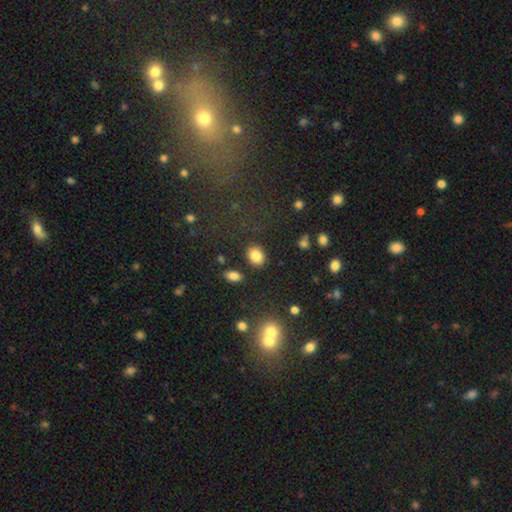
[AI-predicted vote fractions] Smooth or featured? Predicted: smooth (p=0.85). How rounded? Predicted: in between (p=0.56). Merging? Predicted: none (p=0.84).